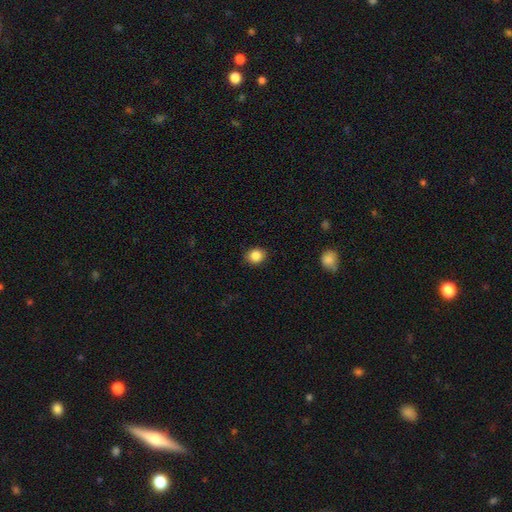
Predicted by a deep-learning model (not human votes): smooth-or-featured: smooth: 86% | star or artifact: 9% | featured or disk: 5%
  how-rounded: round: 71% | in between: 28% | cigar-shaped: 1%
  merging: none: 89% | minor disturbance: 8% | major disturbance: 2% | merger: 1%